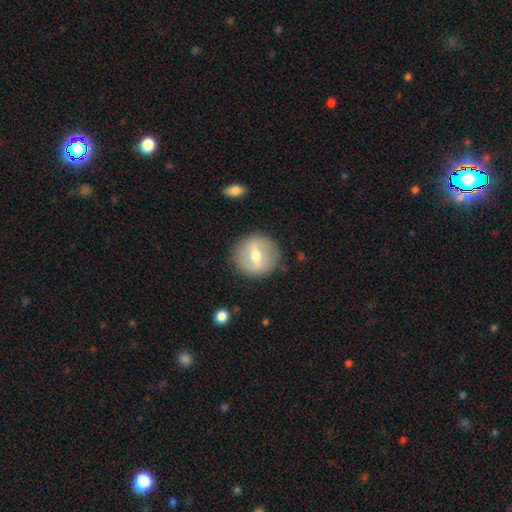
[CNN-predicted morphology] A featured or disk galaxy (55%). Merging: none (86%).